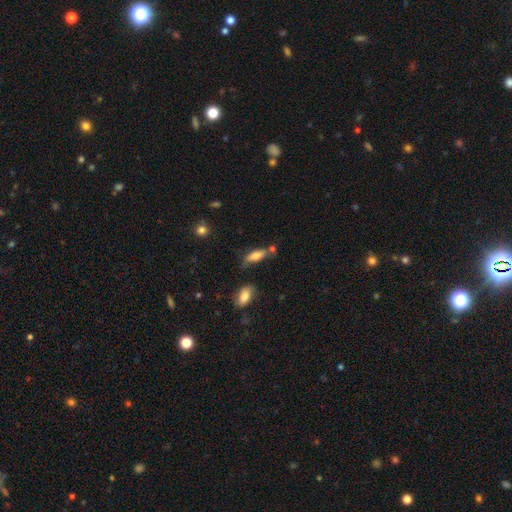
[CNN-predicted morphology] This is likely a smooth galaxy (73%). How rounded: likely in between (63%). Merging: possibly none (56%).